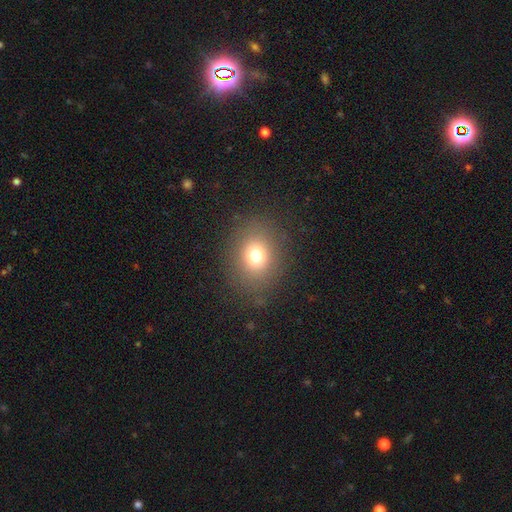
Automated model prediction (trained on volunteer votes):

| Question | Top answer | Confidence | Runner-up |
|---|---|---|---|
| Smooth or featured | smooth | 73% | star or artifact (16%) |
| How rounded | round | 64% | in between (36%) |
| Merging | none | 84% | minor disturbance (9%) |